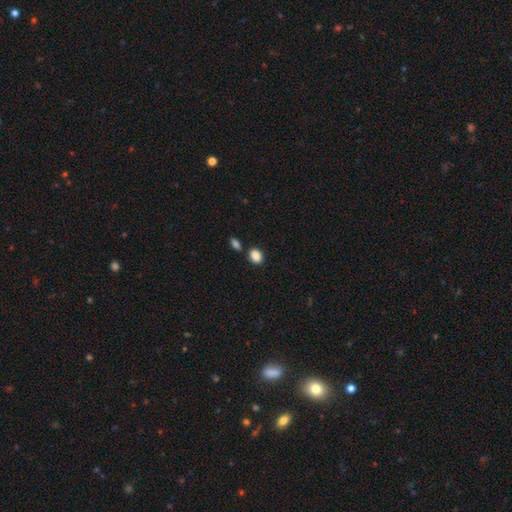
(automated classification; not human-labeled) A smooth galaxy with no disk features (87%) that is in between round and cigar-shaped (68%).

Vote fractions:
- Smooth or featured? smooth: 87% / star or artifact: 9% / featured or disk: 4%
- How rounded? in between: 68% / round: 31% / cigar-shaped: 1%
- Merging? none: 72% / merger: 12% / minor disturbance: 12% / major disturbance: 3%